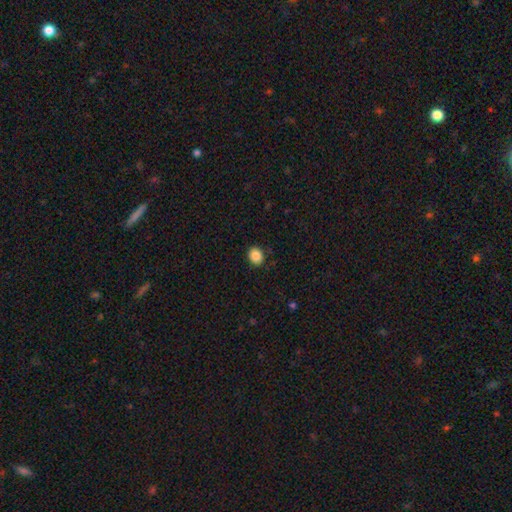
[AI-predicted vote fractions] smooth_or_featured: smooth (p=0.87) [alt: star or artifact p=0.09]
how_rounded: round (p=0.53) [alt: in between p=0.46]
merging: none (p=0.89) [alt: minor disturbance p=0.08]